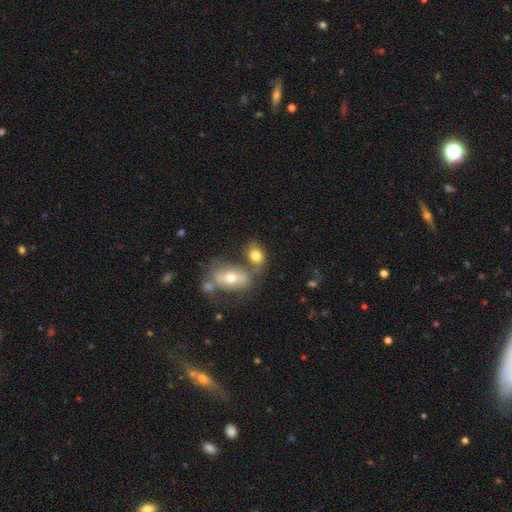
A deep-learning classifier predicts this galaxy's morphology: Smooth or featured? Predicted: smooth (p=0.76). How rounded? Predicted: in between (p=0.75). Merging? Predicted: none (p=0.51).